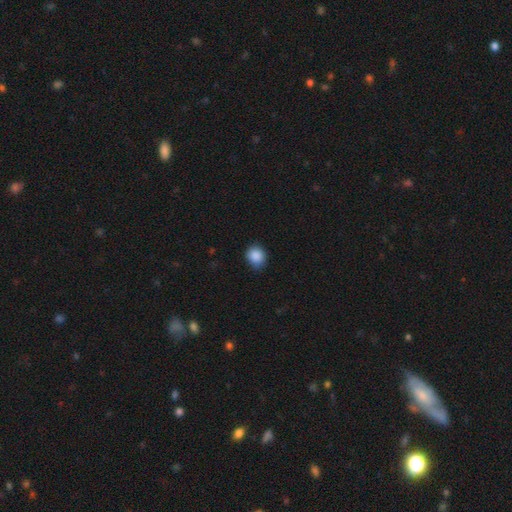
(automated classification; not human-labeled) This appears to be a smooth galaxy with no disk features (88%) that is round (76%). Merging: none (73%).